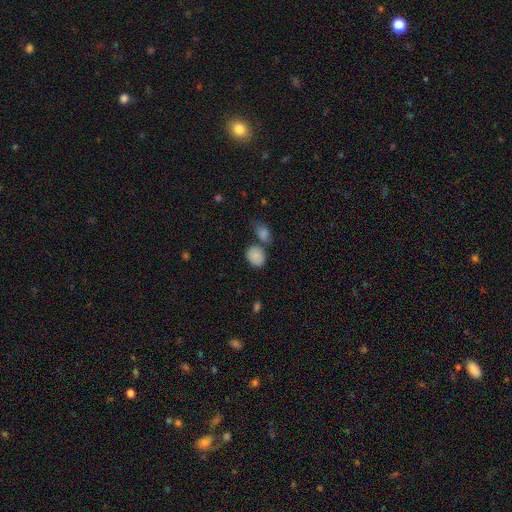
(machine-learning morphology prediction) Smooth or featured? smooth (86%)
How rounded? in between (60%)
Merging? none (54%)